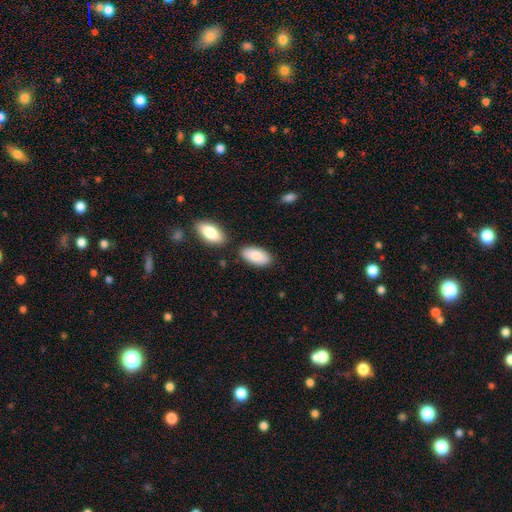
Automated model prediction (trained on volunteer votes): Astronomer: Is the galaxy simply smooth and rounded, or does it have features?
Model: smooth — 86%.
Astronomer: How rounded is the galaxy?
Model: in between — 94%.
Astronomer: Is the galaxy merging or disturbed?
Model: none — 77%.